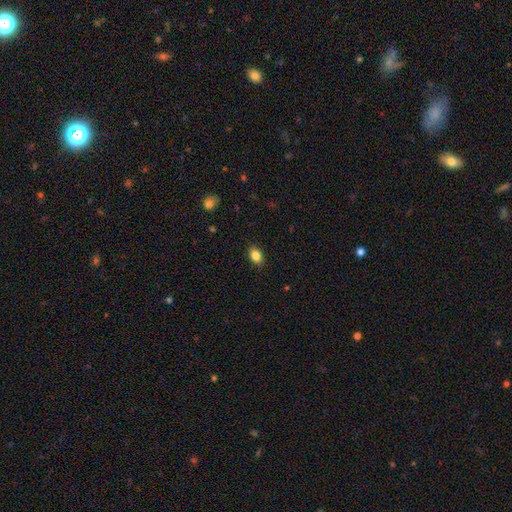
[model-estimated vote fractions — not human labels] smooth_or_featured: smooth (p=0.85) [alt: star or artifact p=0.09]
how_rounded: in between (p=0.78) [alt: round p=0.21]
merging: none (p=0.87) [alt: minor disturbance p=0.10]